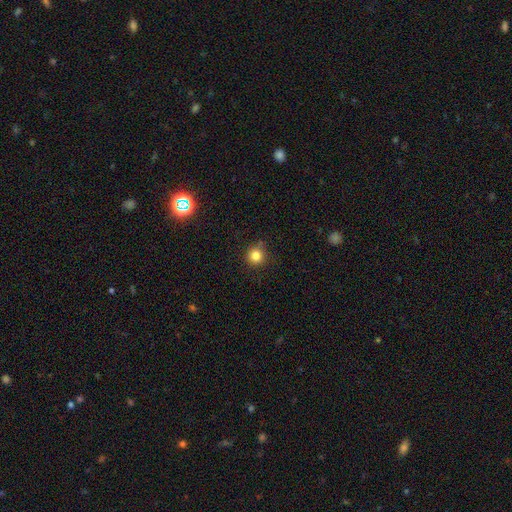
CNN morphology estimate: type=smooth (82%); roundness=round (94%); merging=none (86%).